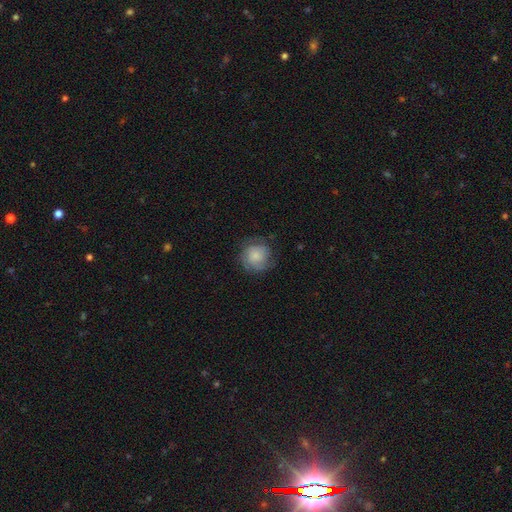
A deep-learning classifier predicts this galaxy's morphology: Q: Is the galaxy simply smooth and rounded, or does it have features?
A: smooth — 62%.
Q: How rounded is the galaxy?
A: round — 89%.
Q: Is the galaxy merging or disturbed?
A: none — 70%.